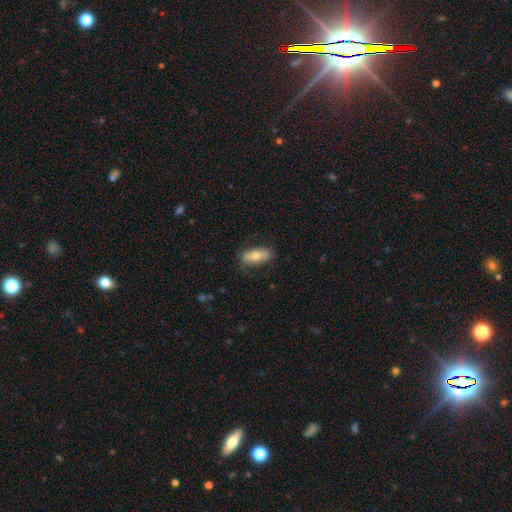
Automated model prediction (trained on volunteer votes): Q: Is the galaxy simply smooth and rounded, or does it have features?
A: smooth — 62%.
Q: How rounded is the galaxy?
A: in between — 83%.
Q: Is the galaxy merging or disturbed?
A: none — 76%.